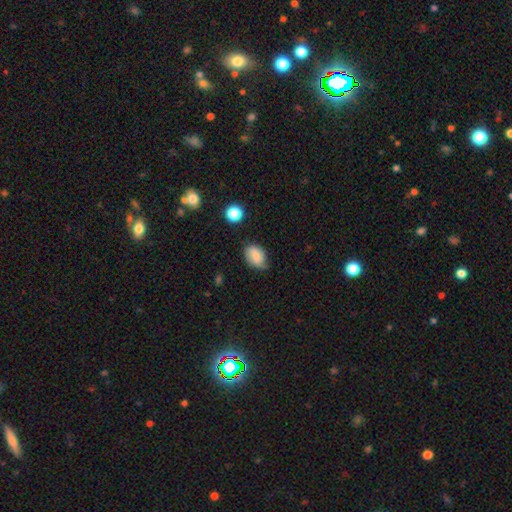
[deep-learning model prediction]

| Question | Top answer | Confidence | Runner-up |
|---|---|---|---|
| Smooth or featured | smooth | 76% | featured or disk (15%) |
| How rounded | in between | 78% | round (21%) |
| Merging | none | 63% | minor disturbance (29%) |